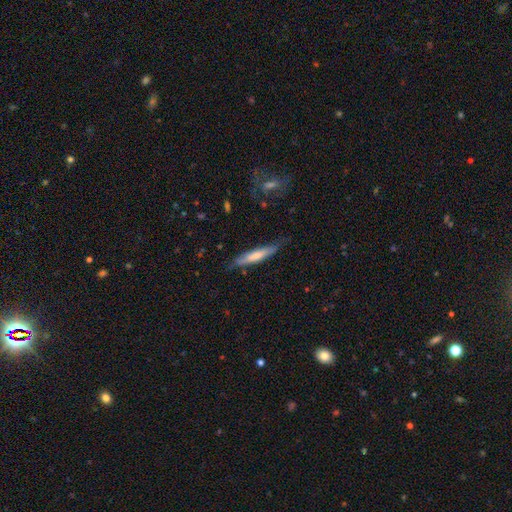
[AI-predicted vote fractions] smooth-or-featured: smooth: 62% | featured or disk: 33% | star or artifact: 5%
  how-rounded: cigar-shaped: 88% | in between: 11% | round: 1%
  merging: none: 72% | minor disturbance: 22% | major disturbance: 5% | merger: 2%